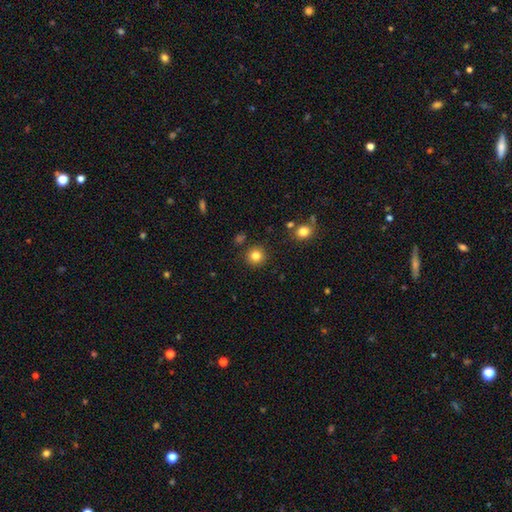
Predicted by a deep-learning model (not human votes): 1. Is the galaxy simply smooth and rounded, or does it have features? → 83% smooth, 11% star or artifact, 6% featured or disk.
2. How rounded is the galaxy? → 93% round, 6% in between, 1% cigar-shaped.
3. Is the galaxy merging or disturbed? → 89% none, 6% minor disturbance, 3% merger, 2% major disturbance.